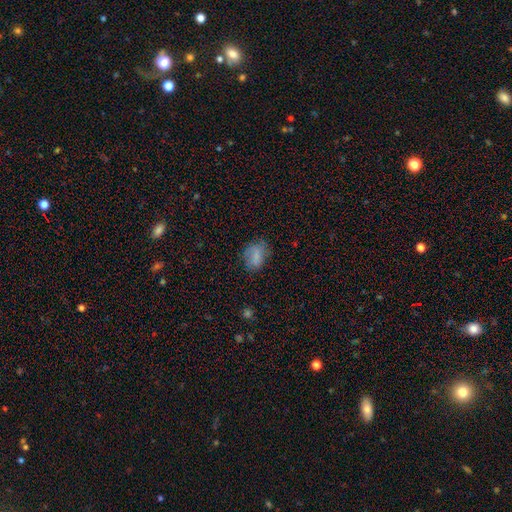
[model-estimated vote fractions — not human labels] A smooth galaxy with no disk features (76%) that is in between round and cigar-shaped (78%).

Vote fractions:
- Smooth or featured? smooth: 76% / featured or disk: 13% / star or artifact: 11%
- How rounded? in between: 78% / round: 21% / cigar-shaped: 2%
- Merging? none: 65% / minor disturbance: 24% / major disturbance: 9% / merger: 2%